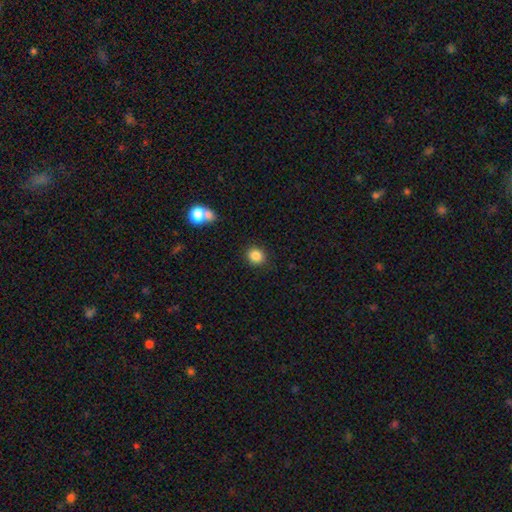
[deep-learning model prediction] Smooth or featured?
  - smooth: 85% *
  - star or artifact: 10%
  - featured or disk: 5%
How rounded?
  - round: 84% *
  - in between: 15%
  - cigar-shaped: 1%
Merging?
  - none: 87% *
  - minor disturbance: 7%
  - merger: 3%
  - major disturbance: 3%